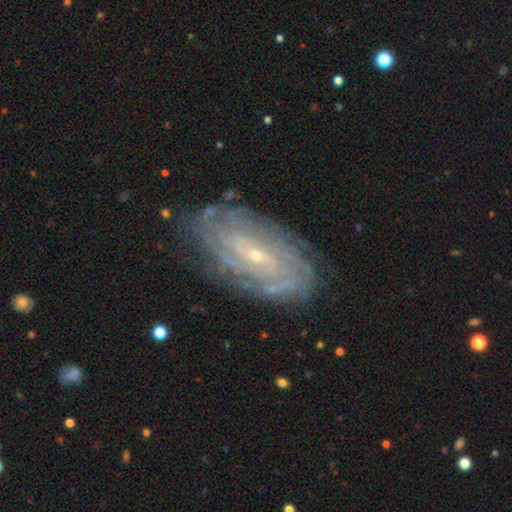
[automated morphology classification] The model was most divided on "bar": no: 43%, weak: 42%, strong: 16%. Remaining: spiral arms — yes (95%); edge-on disk — no (94%); smooth or featured — featured or disk (86%); merging — none (80%); bulge size — small (80%); spiral winding — tight (78%); spiral arm count — can't tell (42%).